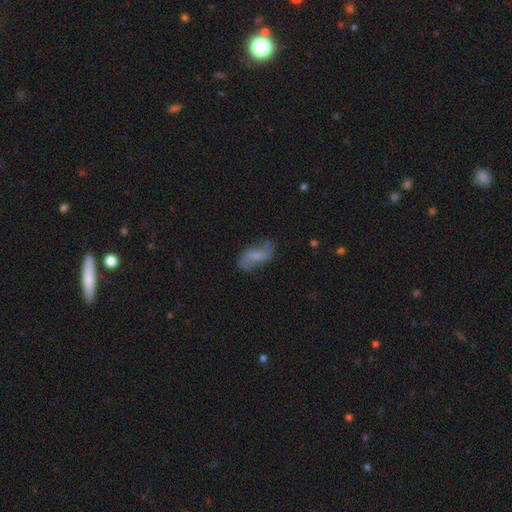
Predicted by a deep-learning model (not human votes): Morphology: type=featured or disk (51%); edge-on=no (93%); merging=none (69%).